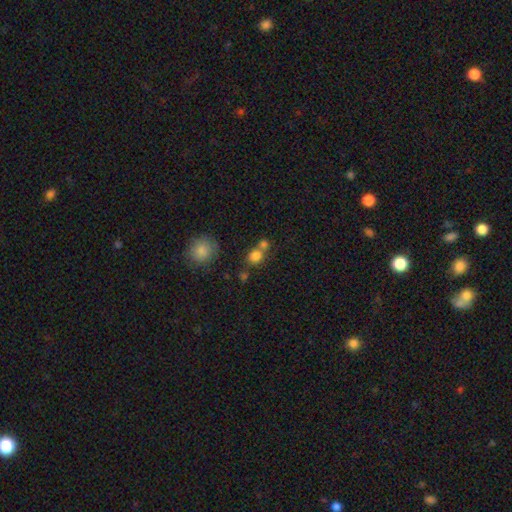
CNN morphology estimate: This appears to be a smooth galaxy with no disk features (79%) that is round (76%). Merging: none (48%).